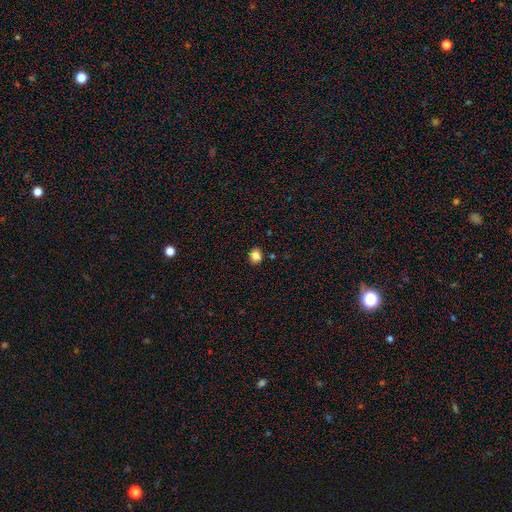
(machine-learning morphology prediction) smooth 84%, star or artifact 11%, featured or disk 5%. Down the decision tree: how rounded — round (74%); merging — none (89%).